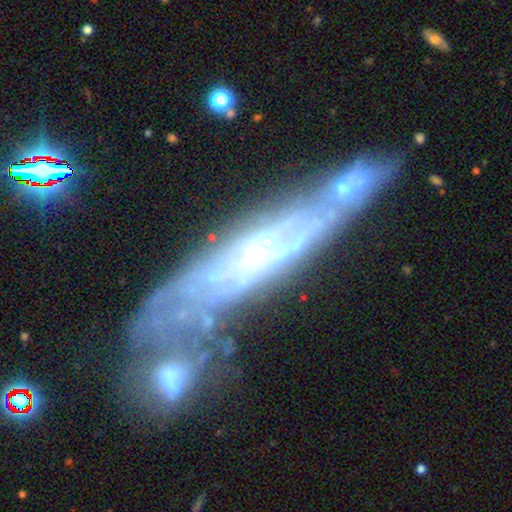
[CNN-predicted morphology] featured or disk 75%, smooth 14%, star or artifact 12%. Down the decision tree: edge-on disk — no (52%); merging — none (37%).